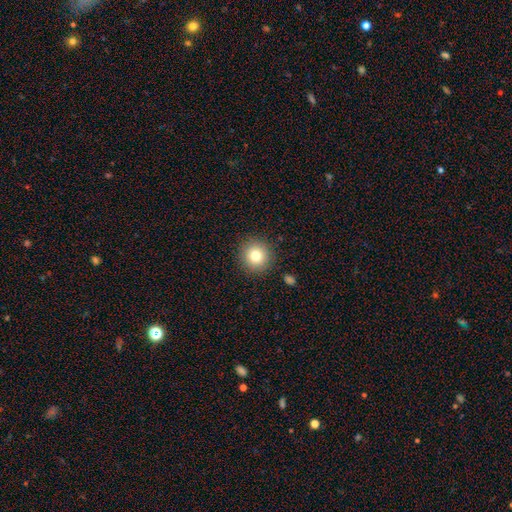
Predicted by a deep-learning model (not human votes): Smooth or featured? smooth (79%)
How rounded? round (94%)
Merging? none (90%)